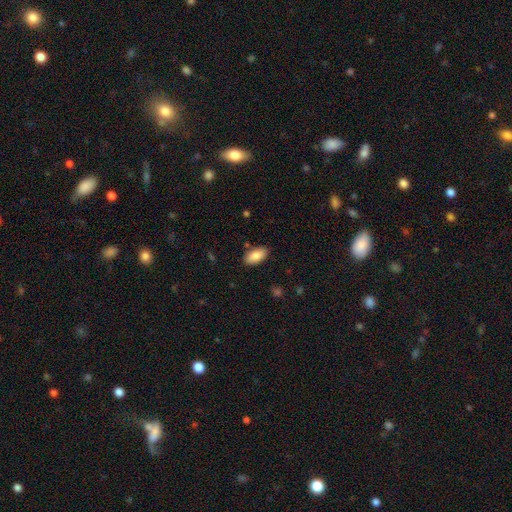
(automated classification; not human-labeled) smooth-or-featured: smooth: 86% | featured or disk: 7% | star or artifact: 6%
  how-rounded: in between: 94% | cigar-shaped: 4% | round: 3%
  merging: none: 85% | minor disturbance: 10% | major disturbance: 2% | merger: 2%